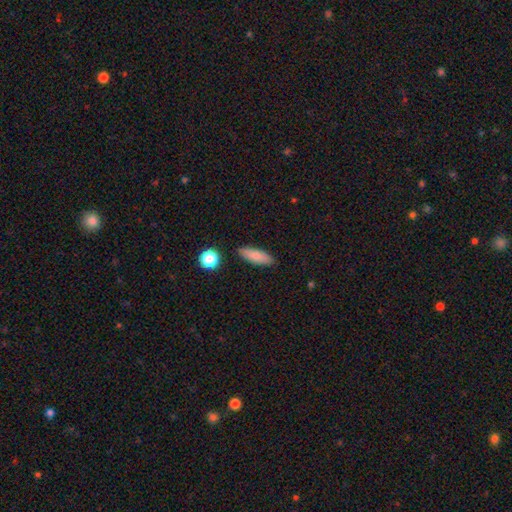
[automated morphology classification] Smooth or featured? smooth (83%)
How rounded? in between (53%)
Merging? none (87%)